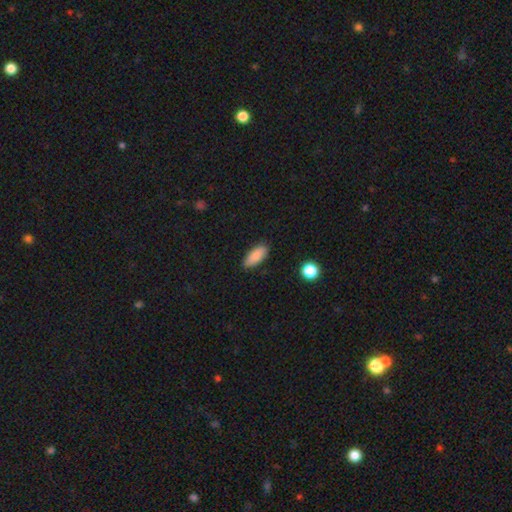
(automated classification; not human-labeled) smooth 86%, star or artifact 7%, featured or disk 7%. Down the decision tree: how rounded — in between (81%); merging — none (85%).